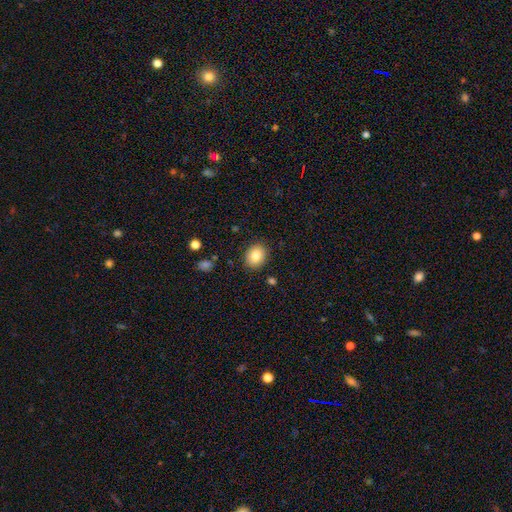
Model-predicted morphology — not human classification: A smooth galaxy with no disk features (84%) that is round (56%). Merging: none (88%).